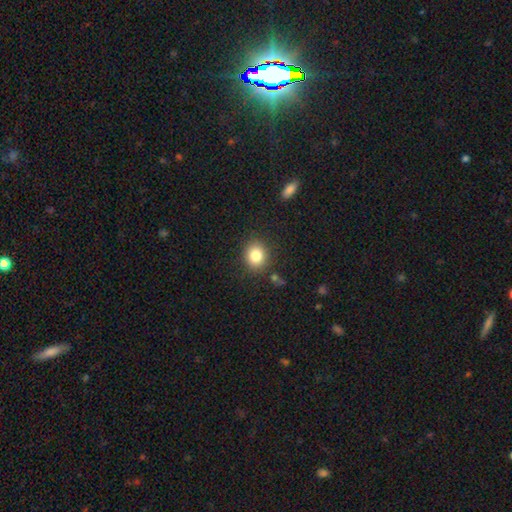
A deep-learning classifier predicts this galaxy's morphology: Smooth or featured? smooth (83%)
How rounded? round (73%)
Merging? none (85%)